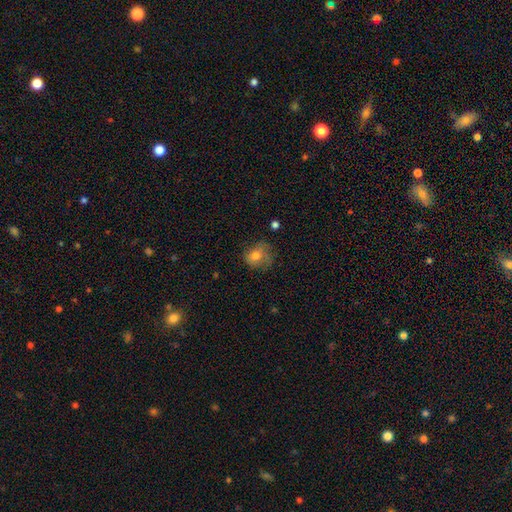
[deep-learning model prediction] The model was most divided on "merging": none: 50%, minor disturbance: 28%, major disturbance: 19%, merger: 2%. More confident: smooth or featured — smooth (69%); how rounded — round (67%).